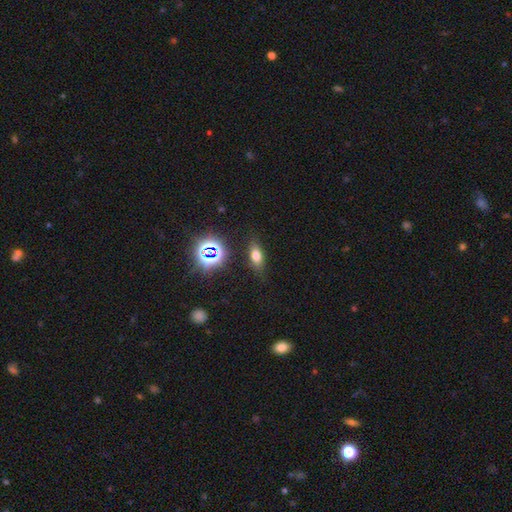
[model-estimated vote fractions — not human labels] smooth_or_featured: smooth (p=0.65) [alt: star or artifact p=0.21]
how_rounded: in between (p=0.74) [alt: cigar-shaped p=0.15]
merging: none (p=0.84) [alt: minor disturbance p=0.11]